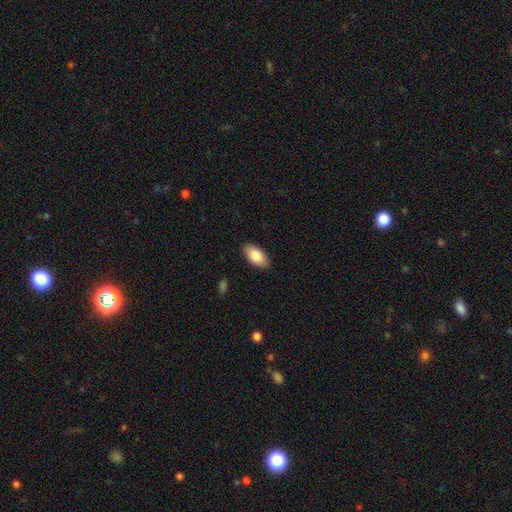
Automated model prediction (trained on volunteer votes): Smooth or featured? smooth (83%)
How rounded? in between (94%)
Merging? none (88%)